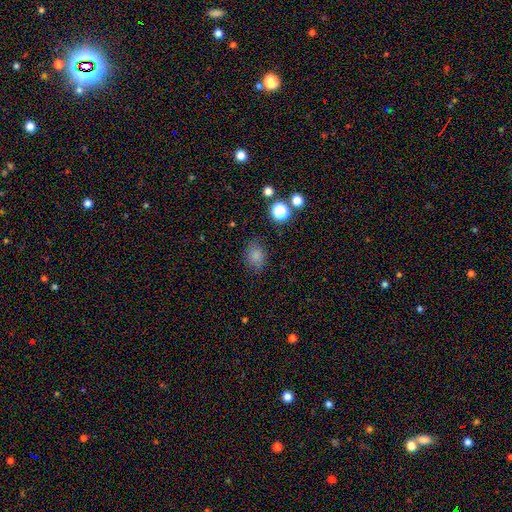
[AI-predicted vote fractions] A smooth galaxy with no disk features (80%) that is in between round and cigar-shaped (62%).

Vote fractions:
- Smooth or featured? smooth: 80% / star or artifact: 13% / featured or disk: 6%
- How rounded? in between: 62% / round: 37% / cigar-shaped: 1%
- Merging? none: 80% / minor disturbance: 13% / major disturbance: 4% / merger: 2%